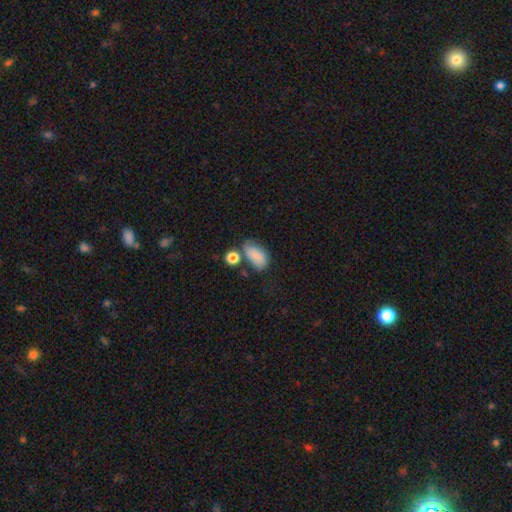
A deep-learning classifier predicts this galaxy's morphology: A smooth galaxy with no disk features (78%) that is in between round and cigar-shaped (90%). Merging: none (46%).